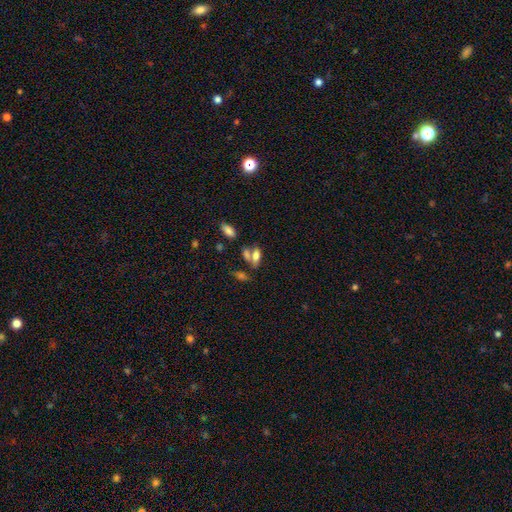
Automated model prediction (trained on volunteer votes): A smooth galaxy with no disk features (68%) that is in between round and cigar-shaped (80%). Merging: none (45%).